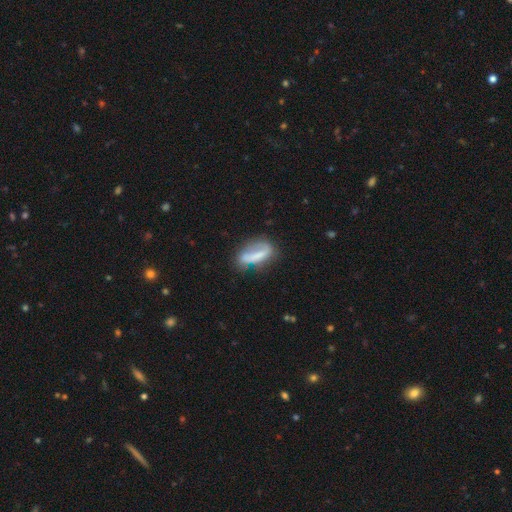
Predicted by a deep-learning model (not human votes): Morphology: type=smooth (57%); roundness=in between (68%); merging=none (46%).